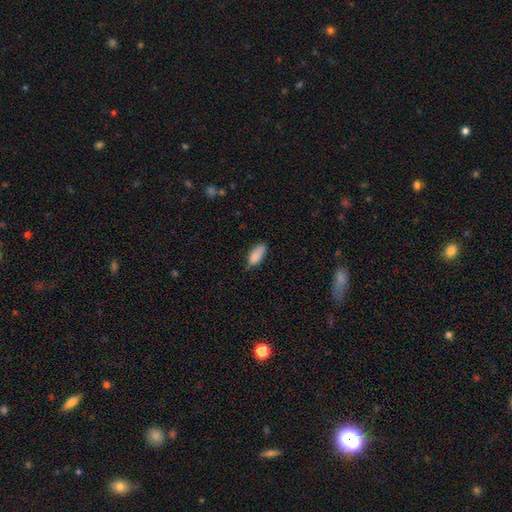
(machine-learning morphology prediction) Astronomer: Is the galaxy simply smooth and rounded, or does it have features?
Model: smooth — 86%.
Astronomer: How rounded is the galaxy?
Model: in between — 86%.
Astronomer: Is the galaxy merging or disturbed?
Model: none — 62%.